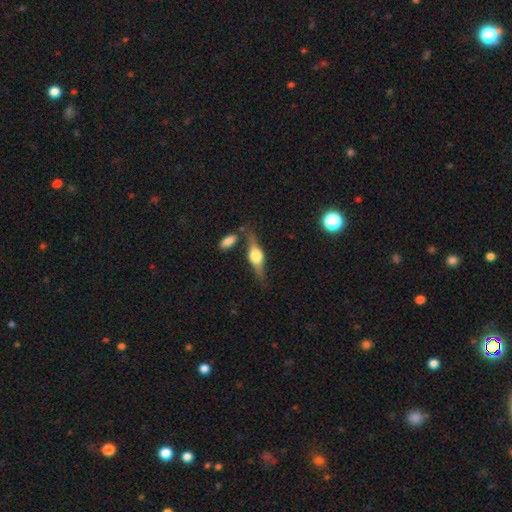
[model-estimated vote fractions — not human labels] This is likely a featured or disk galaxy (70%). It is clearly viewed edge-on (94%). Edge-on bulge: clearly rounded (93%). Merging: likely none (73%).